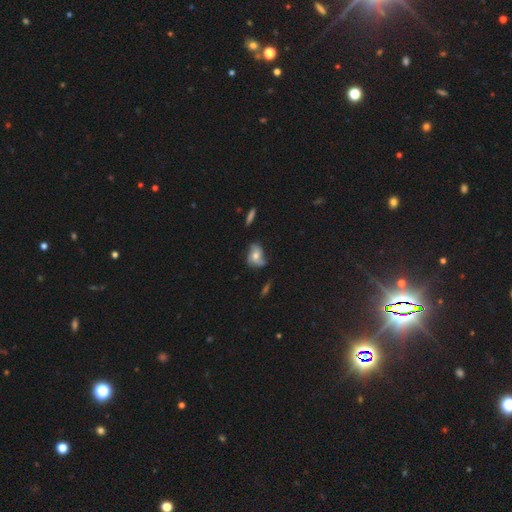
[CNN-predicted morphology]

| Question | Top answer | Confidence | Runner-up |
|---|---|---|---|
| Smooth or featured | smooth | 46% | featured or disk (45%) |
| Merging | none | 47% | minor disturbance (33%) |